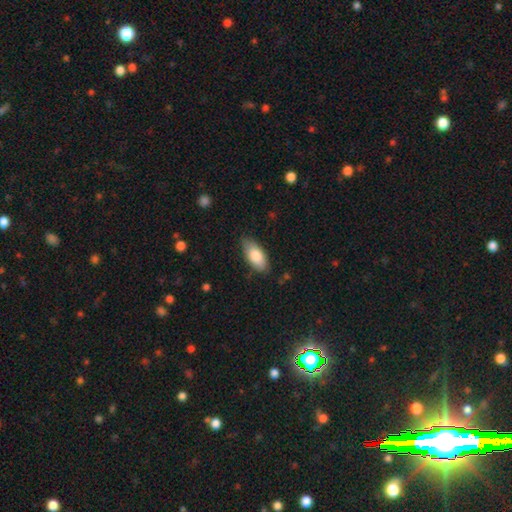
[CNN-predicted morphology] Smooth or featured? smooth (82%)
How rounded? in between (89%)
Merging? none (75%)